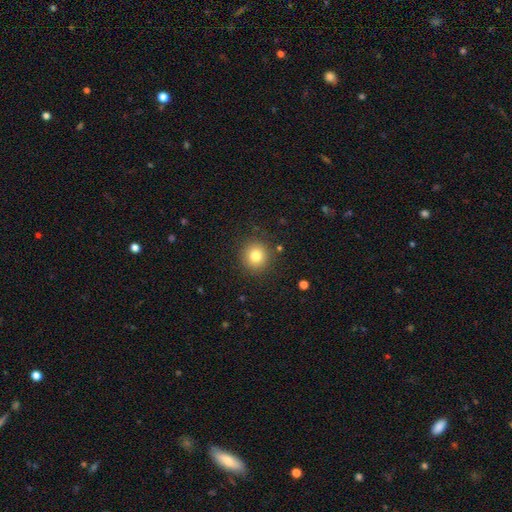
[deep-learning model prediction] A smooth galaxy with no disk features (81%) that is round (91%). Merging: none (88%).